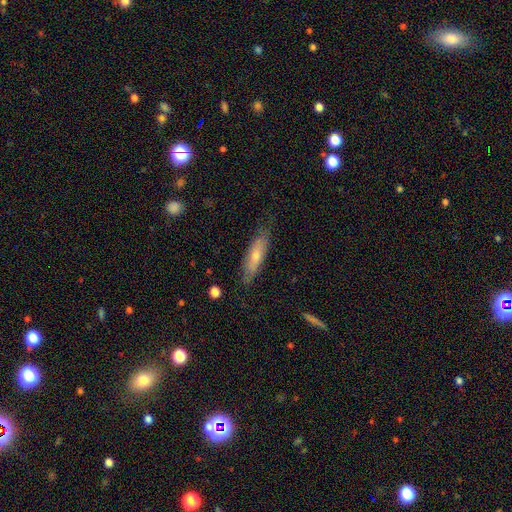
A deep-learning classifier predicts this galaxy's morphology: Smooth or featured?
  - smooth: 57% *
  - featured or disk: 36%
  - star or artifact: 6%
How rounded?
  - cigar-shaped: 67% *
  - in between: 31%
  - round: 2%
Merging?
  - none: 78% *
  - minor disturbance: 17%
  - major disturbance: 3%
  - merger: 1%